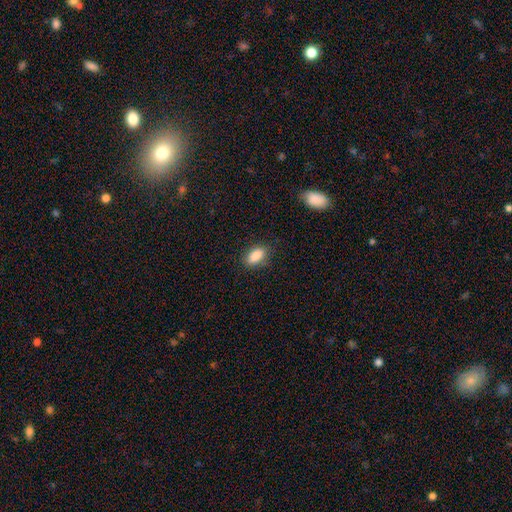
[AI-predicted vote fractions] This appears to be a smooth galaxy with no disk features (88%) that is in between round and cigar-shaped (88%). Merging: none (84%).